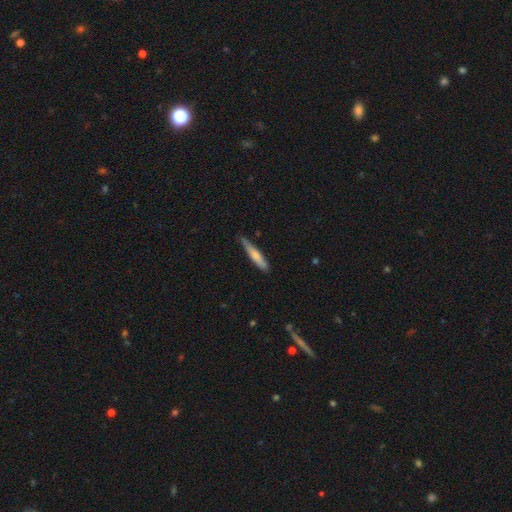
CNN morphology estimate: type=smooth (64%); roundness=cigar-shaped (91%); merging=none (76%).